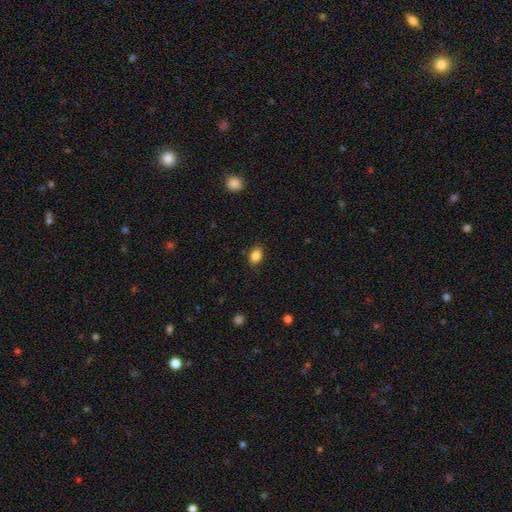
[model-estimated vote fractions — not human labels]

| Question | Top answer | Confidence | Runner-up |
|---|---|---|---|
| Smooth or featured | smooth | 86% | star or artifact (9%) |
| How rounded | in between | 80% | round (18%) |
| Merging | none | 86% | minor disturbance (10%) |